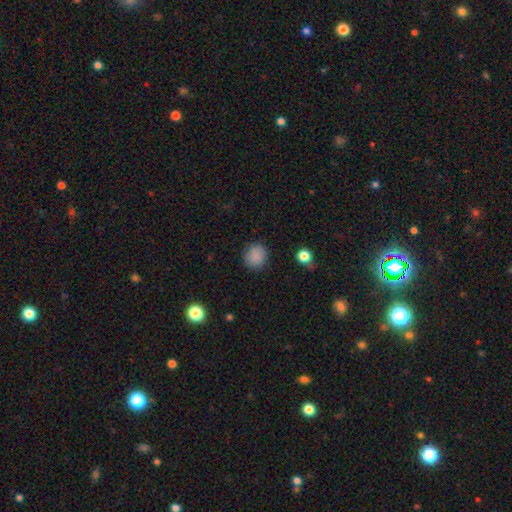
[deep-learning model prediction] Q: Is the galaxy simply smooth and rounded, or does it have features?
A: smooth — 87%.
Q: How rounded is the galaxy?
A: round — 85%.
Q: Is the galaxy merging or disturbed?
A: none — 86%.